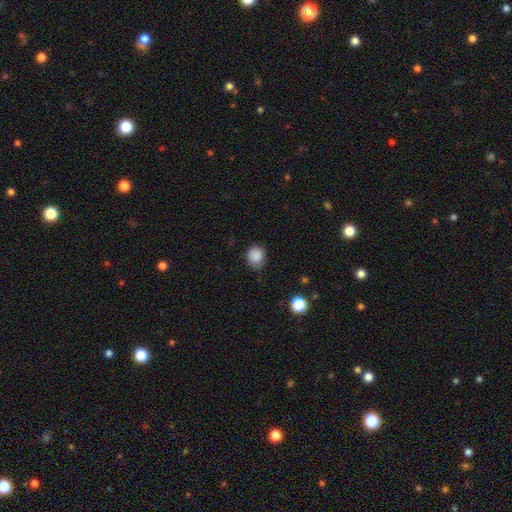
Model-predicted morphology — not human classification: This appears to be a smooth galaxy with no disk features (86%) that is round (75%). Merging: none (64%).